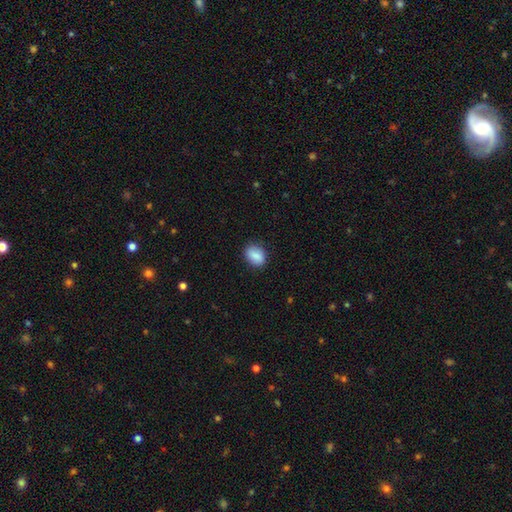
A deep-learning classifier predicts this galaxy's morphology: This is clearly a smooth galaxy (86%). How rounded: likely in between (71%). Merging: clearly none (84%).